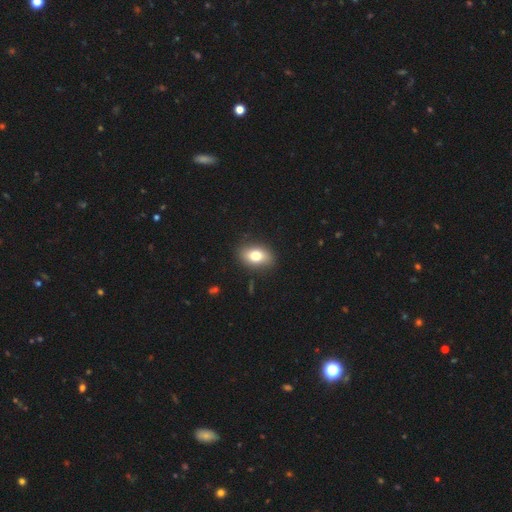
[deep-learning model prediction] Smooth or featured?
  - smooth: 76% *
  - featured or disk: 15%
  - star or artifact: 9%
How rounded?
  - in between: 82% *
  - round: 16%
  - cigar-shaped: 2%
Merging?
  - none: 87% *
  - minor disturbance: 9%
  - major disturbance: 2%
  - merger: 1%